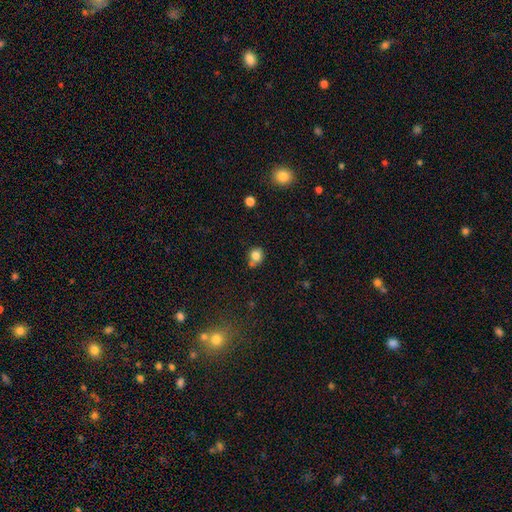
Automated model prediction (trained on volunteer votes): A smooth galaxy with no disk features (79%) that is round (74%).

Vote fractions:
- Smooth or featured? smooth: 79% / star or artifact: 12% / featured or disk: 9%
- How rounded? round: 74% / in between: 25% / cigar-shaped: 1%
- Merging? none: 53% / minor disturbance: 22% / merger: 20% / major disturbance: 6%